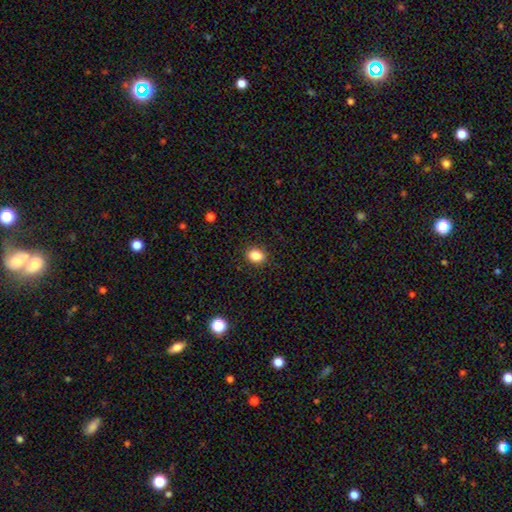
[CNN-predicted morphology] A smooth galaxy with no disk features (86%) that is in between round and cigar-shaped (61%).

Vote fractions:
- Smooth or featured? smooth: 86% / star or artifact: 10% / featured or disk: 5%
- How rounded? in between: 61% / round: 38% / cigar-shaped: 1%
- Merging? none: 88% / minor disturbance: 8% / major disturbance: 2% / merger: 1%